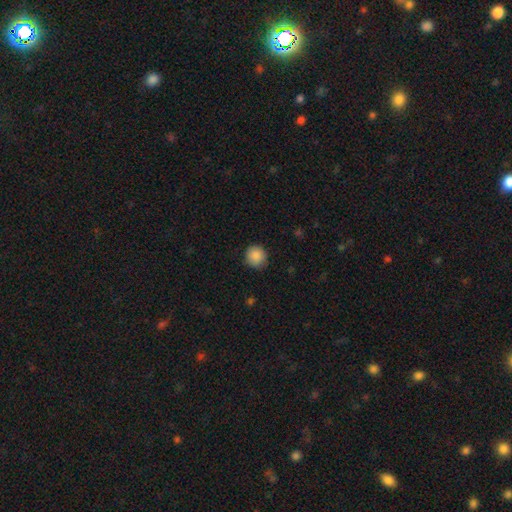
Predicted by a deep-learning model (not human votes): smooth-or-featured: smooth: 88% | star or artifact: 9% | featured or disk: 3%
  how-rounded: round: 92% | in between: 7% | cigar-shaped: 1%
  merging: none: 86% | minor disturbance: 11% | major disturbance: 2% | merger: 1%